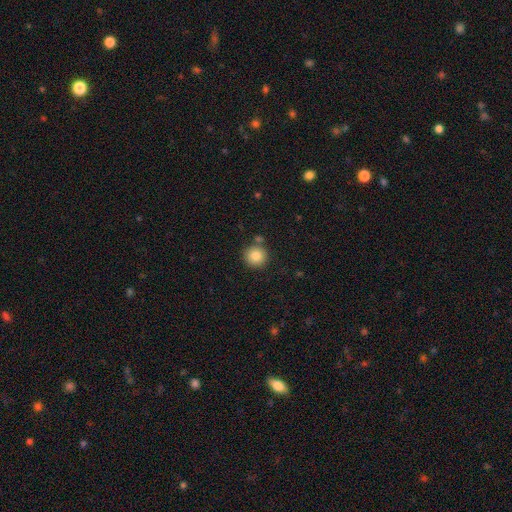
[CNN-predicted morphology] A smooth galaxy with no disk features (84%) that is round (94%).

Vote fractions:
- Smooth or featured? smooth: 84% / star or artifact: 10% / featured or disk: 6%
- How rounded? round: 94% / in between: 5% / cigar-shaped: 1%
- Merging? none: 82% / minor disturbance: 8% / merger: 7% / major disturbance: 2%